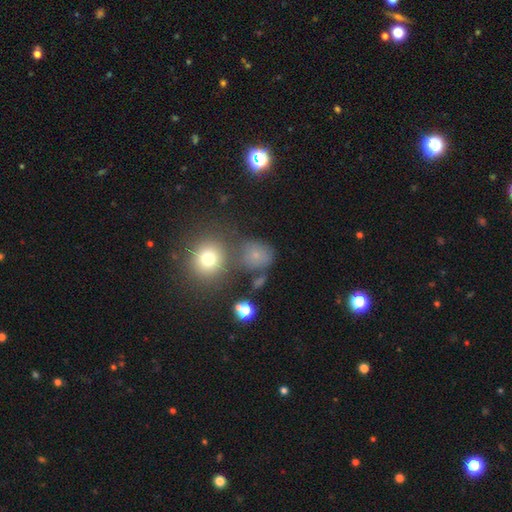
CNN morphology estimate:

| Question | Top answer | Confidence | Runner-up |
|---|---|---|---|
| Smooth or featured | smooth | 65% | star or artifact (23%) |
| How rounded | round | 75% | in between (24%) |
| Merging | none | 62% | minor disturbance (16%) |